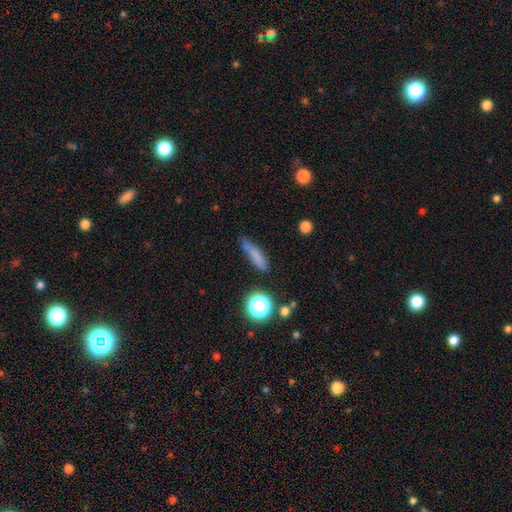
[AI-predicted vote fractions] smooth_or_featured: smooth (p=0.73) [alt: featured or disk p=0.14]
how_rounded: cigar-shaped (p=0.77) [alt: in between p=0.17]
merging: none (p=0.64) [alt: minor disturbance p=0.25]